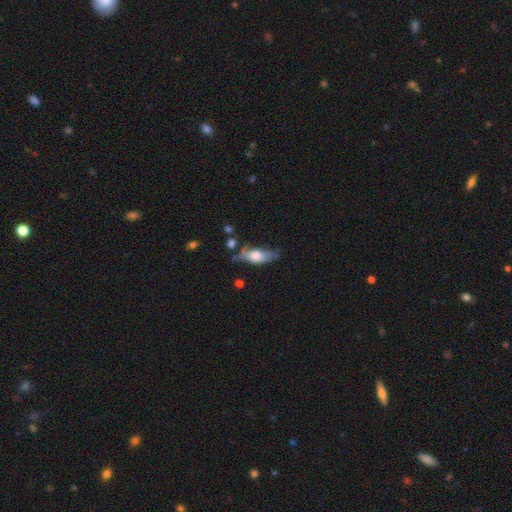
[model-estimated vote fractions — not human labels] The model was most divided on "merging": none: 47%, minor disturbance: 31%, major disturbance: 14%, merger: 8%. More confident: how rounded — in between (71%); smooth or featured — smooth (61%).